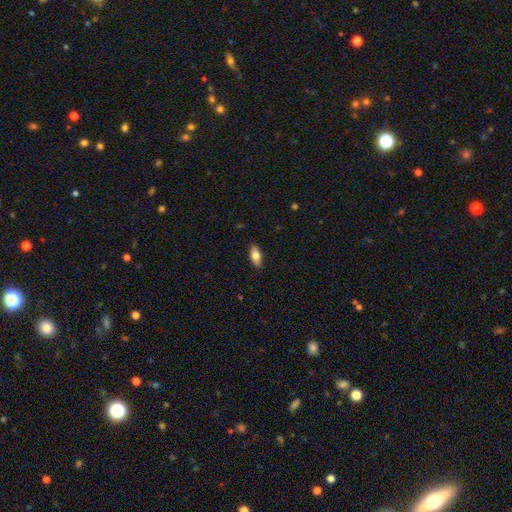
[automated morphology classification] A smooth galaxy with no disk features (74%) that is in between round and cigar-shaped (84%).

Vote fractions:
- Smooth or featured? smooth: 74% / featured or disk: 20% / star or artifact: 7%
- How rounded? in between: 84% / cigar-shaped: 13% / round: 3%
- Merging? none: 88% / minor disturbance: 9% / major disturbance: 2% / merger: 1%